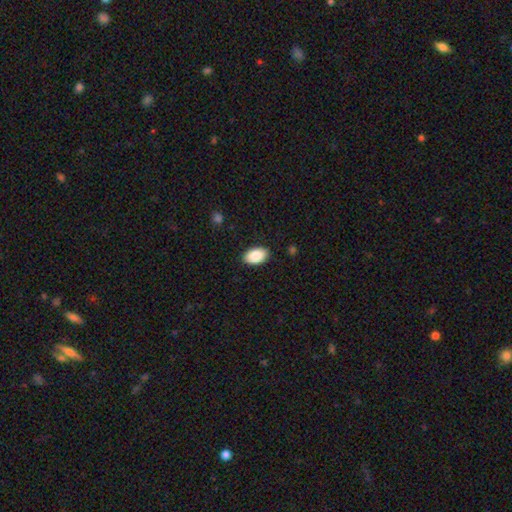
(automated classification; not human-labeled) smooth_or_featured: smooth (p=0.88) [alt: star or artifact p=0.06]
how_rounded: in between (p=0.93) [alt: round p=0.06]
merging: none (p=0.88) [alt: minor disturbance p=0.09]